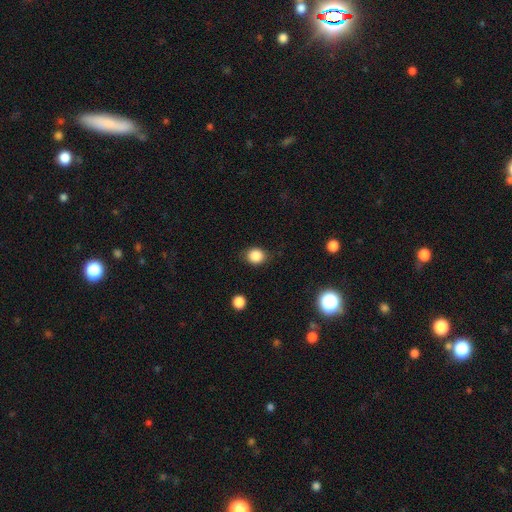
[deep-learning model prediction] A smooth galaxy with no disk features (86%) that is round (75%).

Vote fractions:
- Smooth or featured? smooth: 86% / star or artifact: 10% / featured or disk: 4%
- How rounded? round: 75% / in between: 24% / cigar-shaped: 1%
- Merging? none: 84% / minor disturbance: 12% / major disturbance: 3% / merger: 1%